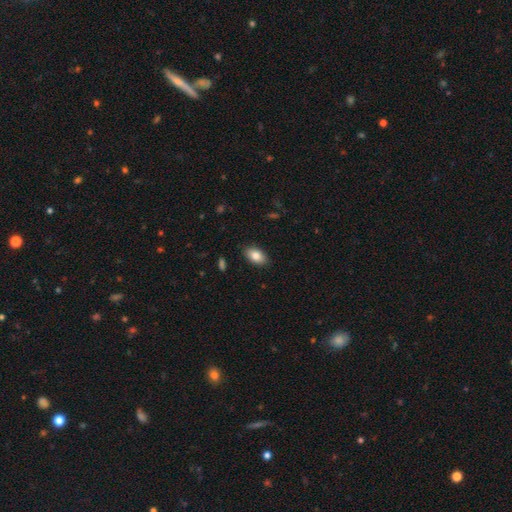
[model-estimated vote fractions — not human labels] Smooth or featured: smooth — 83% (featured or disk — 10%)
How rounded: in between — 92% (round — 6%)
Merging: none — 88% (minor disturbance — 9%)